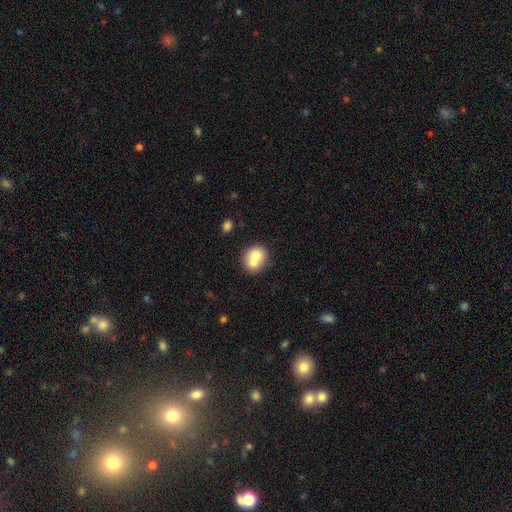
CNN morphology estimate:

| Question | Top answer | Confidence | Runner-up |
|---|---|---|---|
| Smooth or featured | smooth | 70% | featured or disk (21%) |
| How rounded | round | 69% | in between (30%) |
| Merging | merger | 59% | none (31%) |